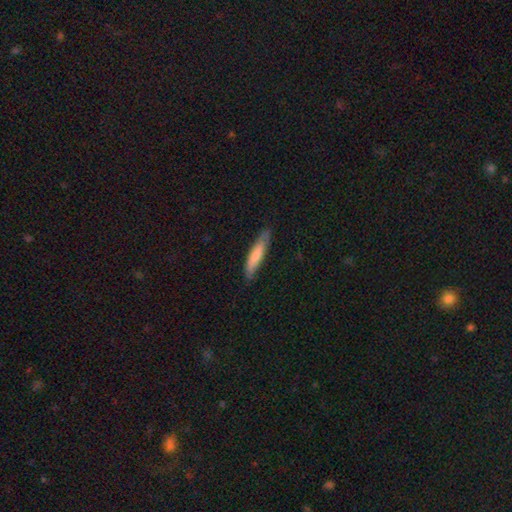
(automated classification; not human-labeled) A smooth galaxy with no disk features (73%) that is cigar-shaped (83%). Merging: none (77%).